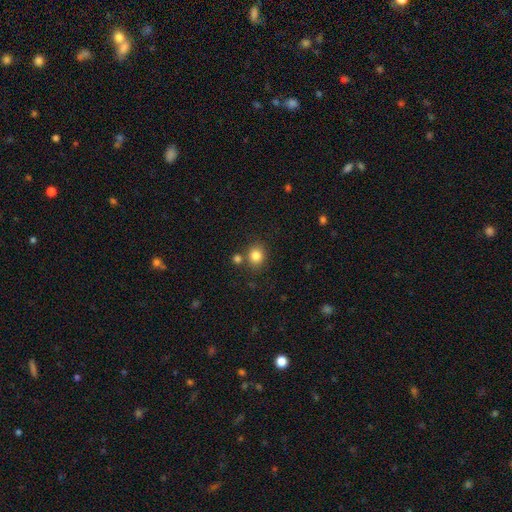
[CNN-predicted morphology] Smooth or featured? Predicted: smooth (p=0.83). How rounded? Predicted: round (p=0.76). Merging? Predicted: none (p=0.75).